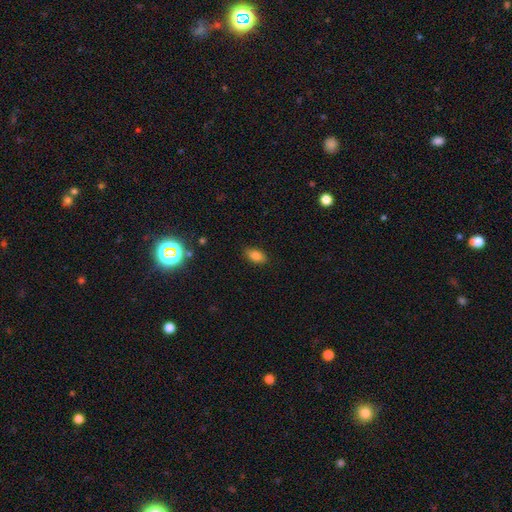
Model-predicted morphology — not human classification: This appears to be a smooth galaxy with no disk features (83%) that is in between round and cigar-shaped (90%). Merging: none (84%).